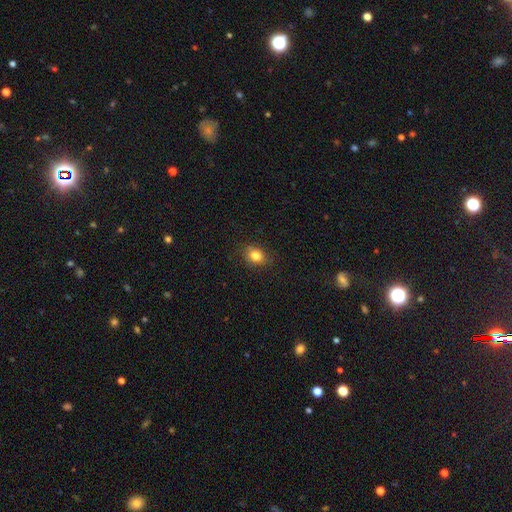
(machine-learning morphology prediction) A smooth galaxy with no disk features (82%) that is in between round and cigar-shaped (52%). Merging: none (83%).